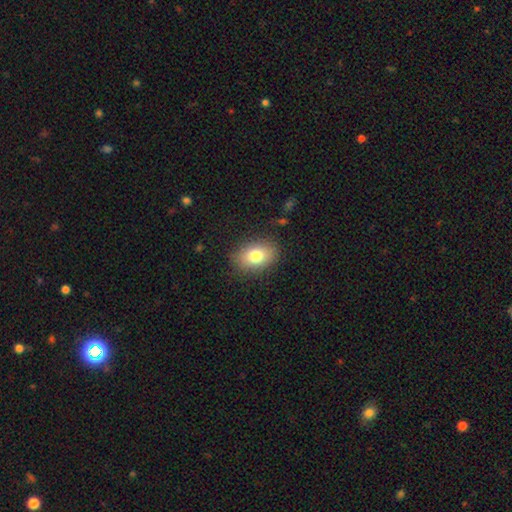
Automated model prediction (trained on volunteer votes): Smooth or featured? Predicted: smooth (p=0.78). How rounded? Predicted: in between (p=0.79). Merging? Predicted: none (p=0.85).